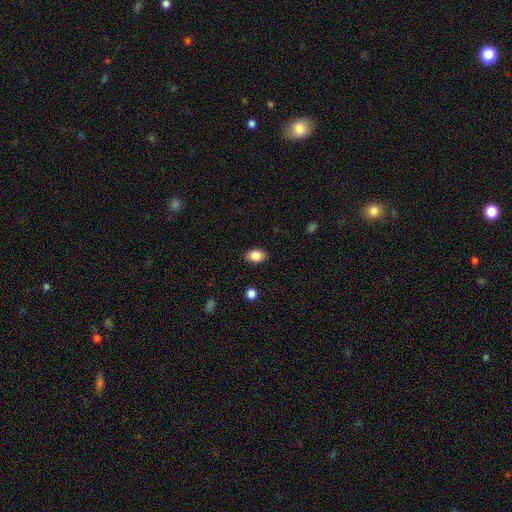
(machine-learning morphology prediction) This is clearly a smooth galaxy (85%). How rounded: clearly in between (81%). Merging: clearly none (87%).